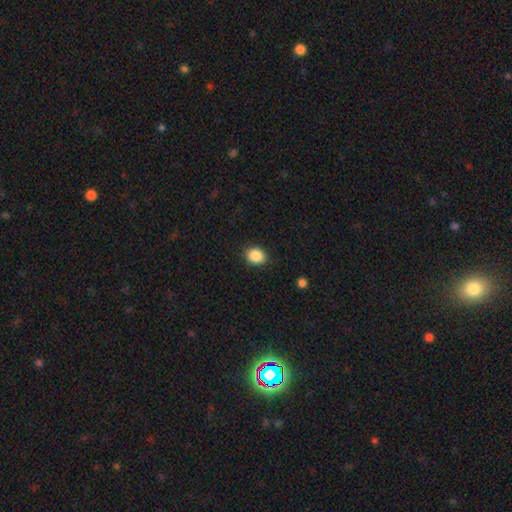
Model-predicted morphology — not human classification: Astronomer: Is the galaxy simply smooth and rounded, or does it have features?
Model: smooth — 88%.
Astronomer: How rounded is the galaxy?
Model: round — 63%.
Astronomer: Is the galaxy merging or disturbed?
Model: none — 89%.